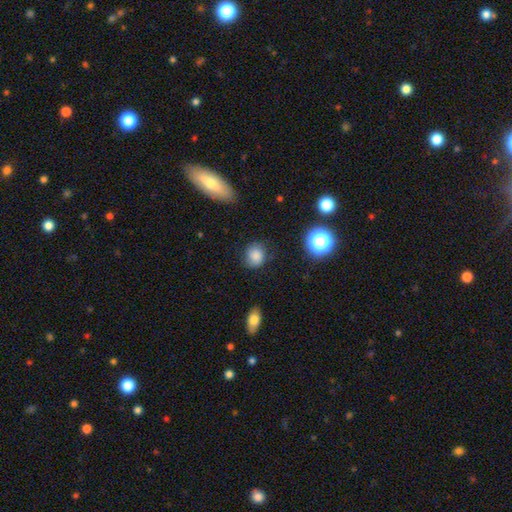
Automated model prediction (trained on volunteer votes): Smooth or featured? smooth (84%)
How rounded? round (69%)
Merging? none (79%)